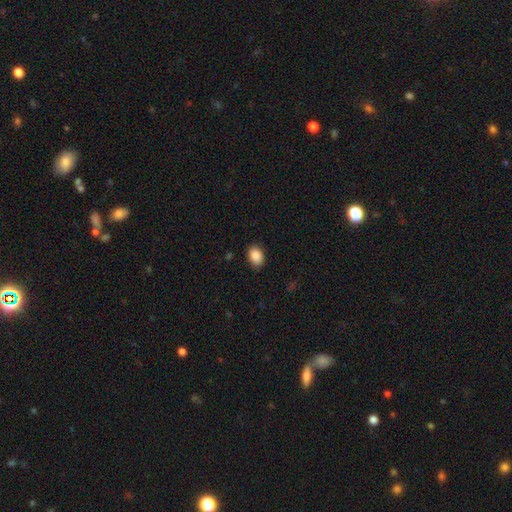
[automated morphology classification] Q: Smooth or featured?
A: smooth (89%); runner-up: star or artifact (8%)
Q: How rounded?
A: in between (77%); runner-up: round (22%)
Q: Merging?
A: none (87%); runner-up: minor disturbance (10%)